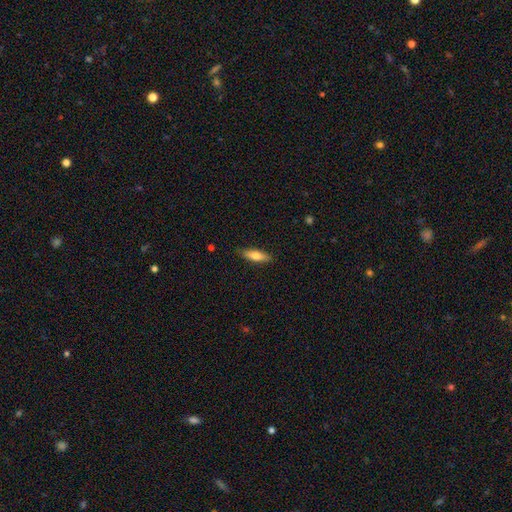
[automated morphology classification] This is likely a smooth galaxy (72%). How rounded: possibly cigar-shaped (57%). Merging: clearly none (86%).